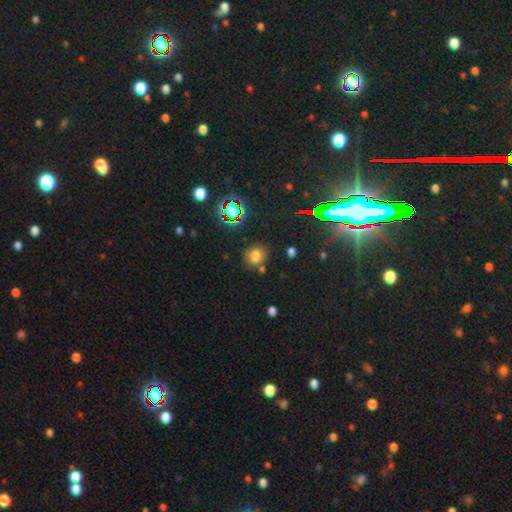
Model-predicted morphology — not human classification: smooth 70%, star or artifact 22%, featured or disk 7%. Down the decision tree: how rounded — round (83%); merging — none (78%).